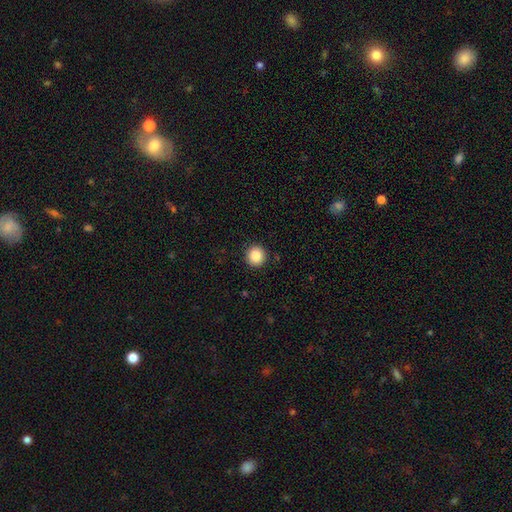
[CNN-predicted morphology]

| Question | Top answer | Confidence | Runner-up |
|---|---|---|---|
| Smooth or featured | smooth | 87% | star or artifact (9%) |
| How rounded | round | 94% | in between (5%) |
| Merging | none | 92% | minor disturbance (5%) |